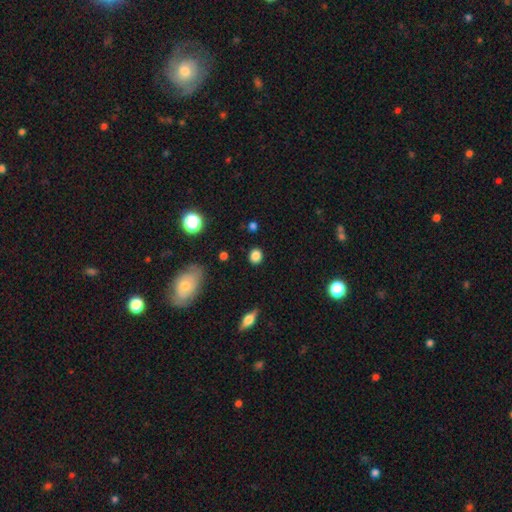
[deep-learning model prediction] A smooth galaxy with no disk features (84%) that is round (78%). Merging: none (88%).